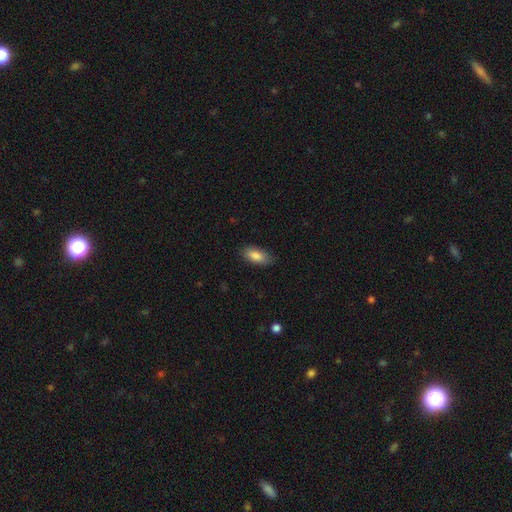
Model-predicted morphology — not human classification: smooth_or_featured: smooth (p=0.86) [alt: featured or disk p=0.08]
how_rounded: in between (p=0.88) [alt: cigar-shaped p=0.10]
merging: none (p=0.84) [alt: minor disturbance p=0.12]